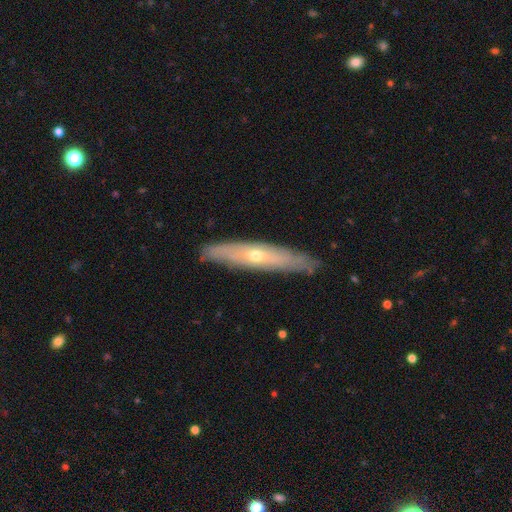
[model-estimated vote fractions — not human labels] Smooth or featured: featured or disk — 63% (smooth — 30%)
Edge-on disk: yes — 71% (no — 29%)
Merging: none — 86% (minor disturbance — 11%)